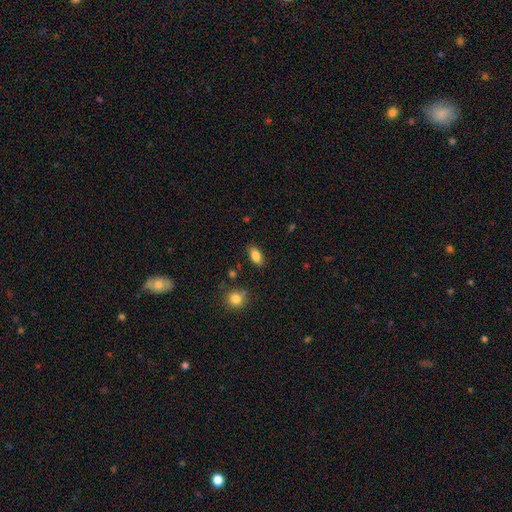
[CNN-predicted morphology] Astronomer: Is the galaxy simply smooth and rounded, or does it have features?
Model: smooth — 85%.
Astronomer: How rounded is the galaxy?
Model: in between — 90%.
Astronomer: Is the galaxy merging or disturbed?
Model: none — 85%.